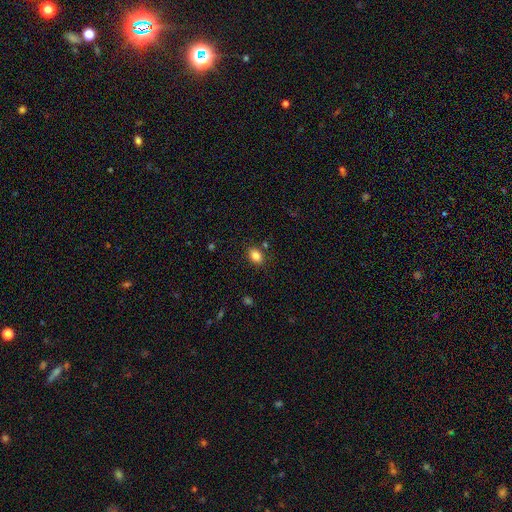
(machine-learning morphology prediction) A smooth galaxy with no disk features (84%) that is in between round and cigar-shaped (71%). Merging: none (81%).